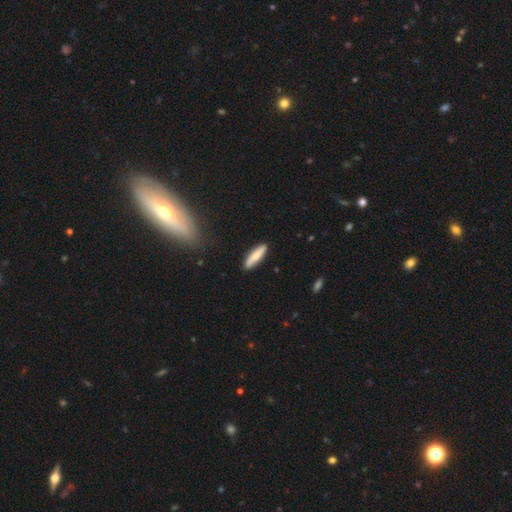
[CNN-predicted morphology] This is likely a smooth galaxy (74%). How rounded: likely cigar-shaped (79%). Merging: clearly none (87%).